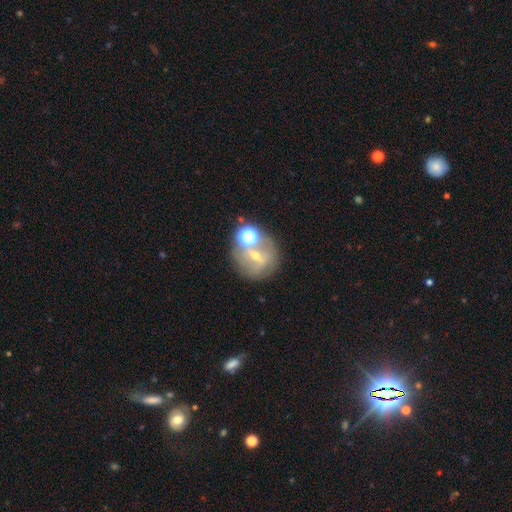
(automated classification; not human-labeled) Smooth or featured? featured or disk (50%)
Edge-on disk? no (95%)
Merging? none (55%)